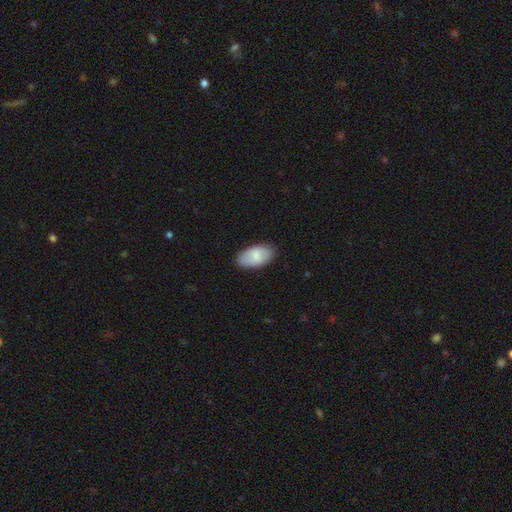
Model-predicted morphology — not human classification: Smooth or featured? smooth (84%)
How rounded? in between (95%)
Merging? none (85%)